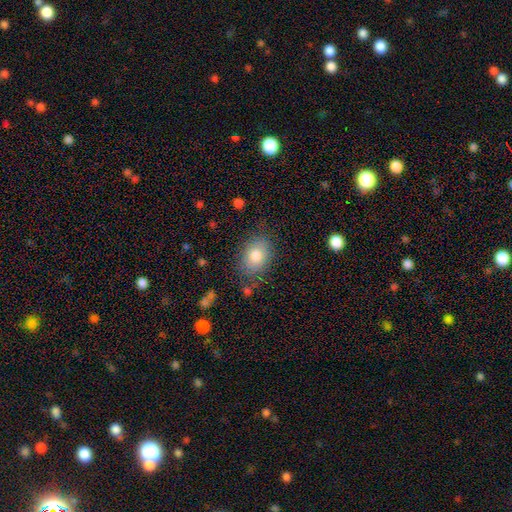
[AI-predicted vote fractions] This appears to be a smooth galaxy with no disk features (80%) that is in between round and cigar-shaped (66%). Merging: none (77%).